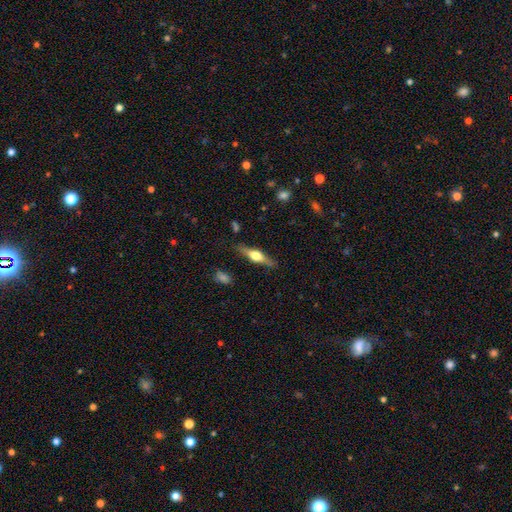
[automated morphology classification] Smooth or featured? featured or disk (58%)
Edge-on disk? yes (95%)
Edge-on bulge? rounded (92%)
Merging? none (84%)